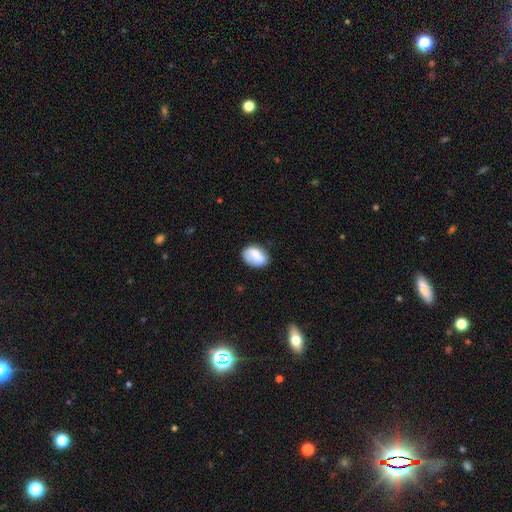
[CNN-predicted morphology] smooth-or-featured: smooth: 75% | featured or disk: 18% | star or artifact: 7%
  how-rounded: in between: 81% | round: 18% | cigar-shaped: 2%
  merging: none: 67% | minor disturbance: 23% | major disturbance: 6% | merger: 4%